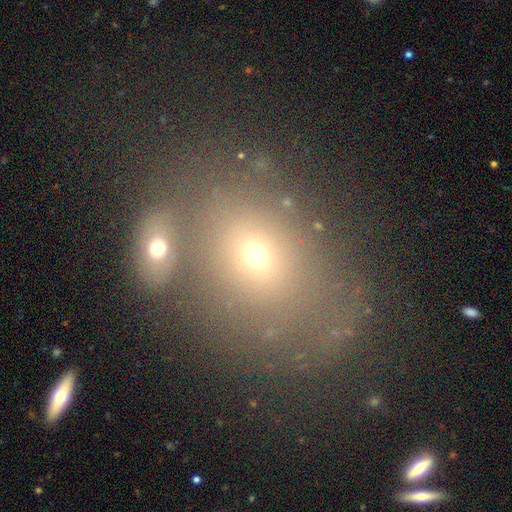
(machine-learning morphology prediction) A smooth galaxy with no disk features (64%) that is in between round and cigar-shaped (60%).

Vote fractions:
- Smooth or featured? smooth: 64% / star or artifact: 18% / featured or disk: 17%
- How rounded? in between: 60% / round: 38% / cigar-shaped: 2%
- Merging? none: 52% / merger: 29% / minor disturbance: 12% / major disturbance: 8%